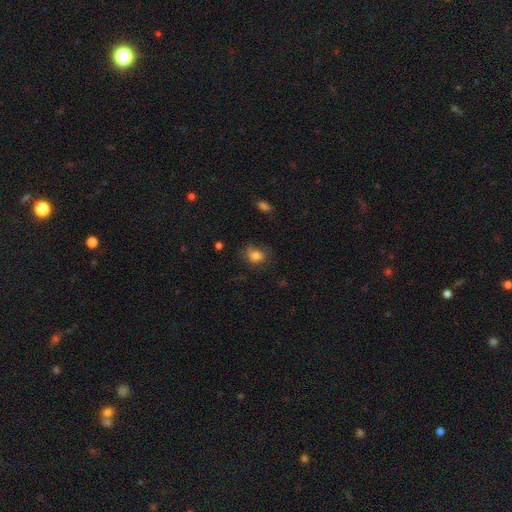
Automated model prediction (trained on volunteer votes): Smooth or featured? Predicted: smooth (p=0.75). How rounded? Predicted: round (p=0.55). Merging? Predicted: none (p=0.61).